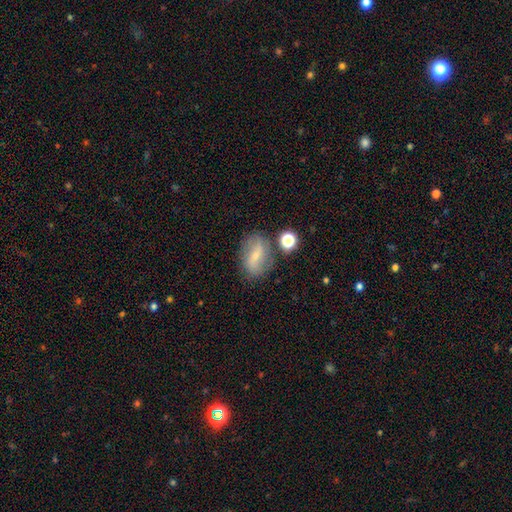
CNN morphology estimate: smooth 46%, featured or disk 44%, star or artifact 10%. Down the decision tree: merging — none (71%).